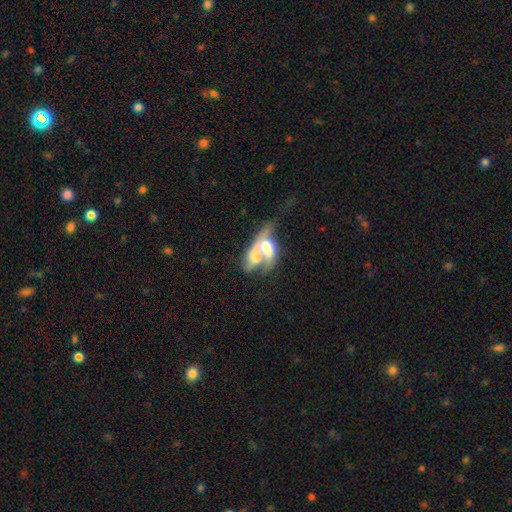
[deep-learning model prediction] Smooth or featured: featured or disk — 48% (smooth — 44%)
Merging: merger — 80% (major disturbance — 9%)